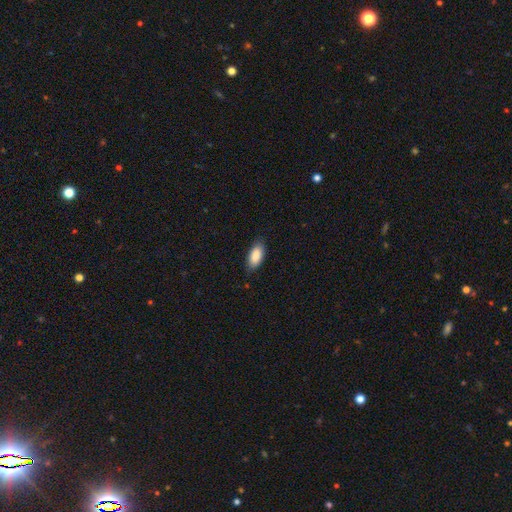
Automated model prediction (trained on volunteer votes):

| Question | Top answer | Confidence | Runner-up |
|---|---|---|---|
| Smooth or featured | smooth | 88% | star or artifact (6%) |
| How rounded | in between | 88% | cigar-shaped (10%) |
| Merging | none | 82% | minor disturbance (14%) |